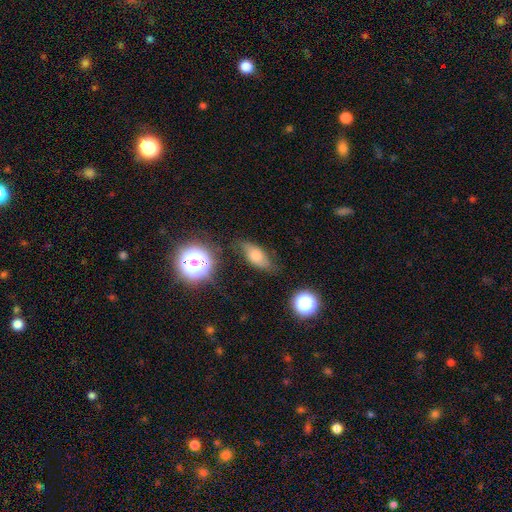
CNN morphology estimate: A smooth galaxy with no disk features (60%) that is in between round and cigar-shaped (72%).

Vote fractions:
- Smooth or featured? smooth: 60% / featured or disk: 26% / star or artifact: 13%
- How rounded? in between: 72% / cigar-shaped: 17% / round: 11%
- Merging? none: 73% / minor disturbance: 19% / major disturbance: 6% / merger: 2%